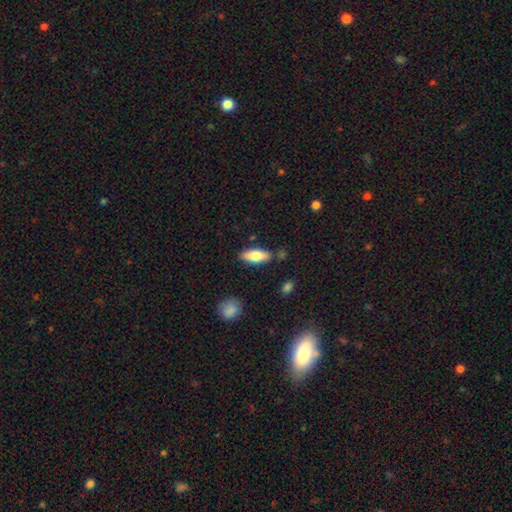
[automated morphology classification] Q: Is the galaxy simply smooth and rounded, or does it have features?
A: smooth — 71%.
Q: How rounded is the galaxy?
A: in between — 70%.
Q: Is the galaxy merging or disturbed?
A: none — 81%.